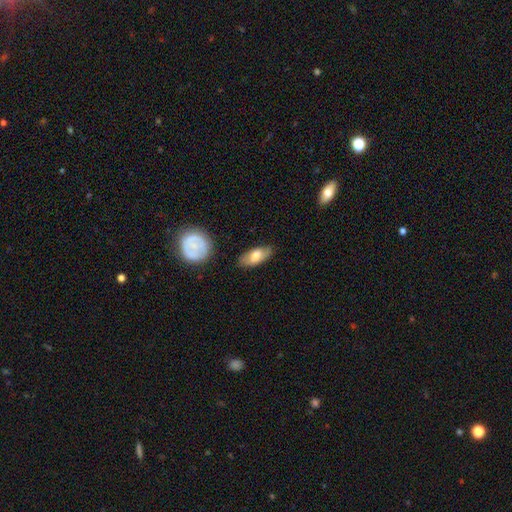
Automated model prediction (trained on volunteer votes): Smooth or featured? smooth (68%)
How rounded? in between (84%)
Merging? none (76%)